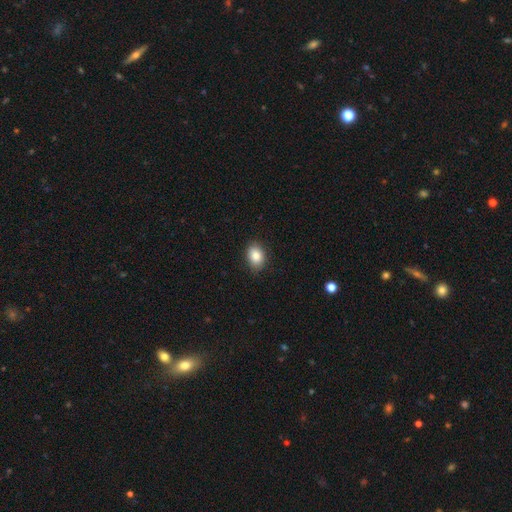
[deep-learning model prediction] Overall: smooth (86%). How rounded: in between (73%). Merging: none (85%).